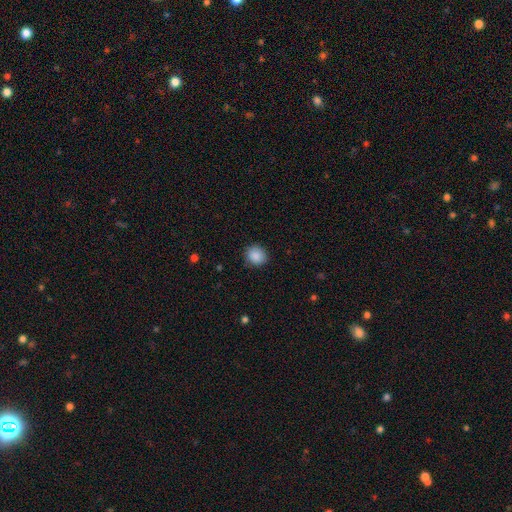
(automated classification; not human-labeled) Smooth or featured: smooth — 89% (star or artifact — 8%)
How rounded: round — 81% (in between — 18%)
Merging: none — 88% (minor disturbance — 9%)